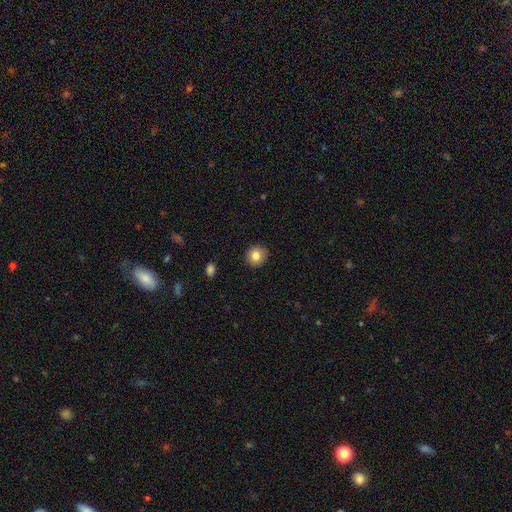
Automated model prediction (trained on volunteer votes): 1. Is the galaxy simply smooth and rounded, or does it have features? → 83% smooth, 9% star or artifact, 8% featured or disk.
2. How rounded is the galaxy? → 86% round, 13% in between, 1% cigar-shaped.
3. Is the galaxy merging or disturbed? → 89% none, 8% minor disturbance, 2% major disturbance, 1% merger.